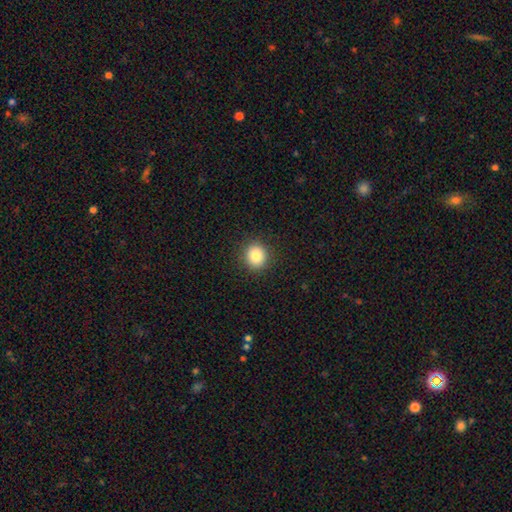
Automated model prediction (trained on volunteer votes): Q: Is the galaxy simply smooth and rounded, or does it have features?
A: smooth — 83%.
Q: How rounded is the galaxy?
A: round — 87%.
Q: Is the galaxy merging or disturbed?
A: none — 91%.